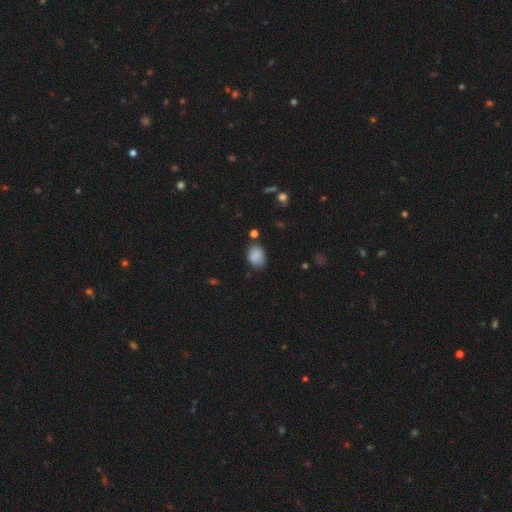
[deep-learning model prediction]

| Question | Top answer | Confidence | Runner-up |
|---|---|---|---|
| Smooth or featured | smooth | 85% | star or artifact (10%) |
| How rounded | in between | 60% | round (39%) |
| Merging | none | 71% | minor disturbance (21%) |